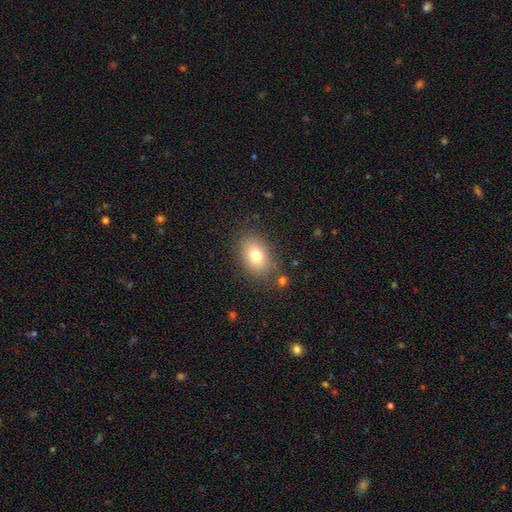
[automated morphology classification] Q: Smooth or featured?
A: smooth (77%); runner-up: featured or disk (13%)
Q: How rounded?
A: in between (77%); runner-up: round (21%)
Q: Merging?
A: none (80%); runner-up: minor disturbance (13%)